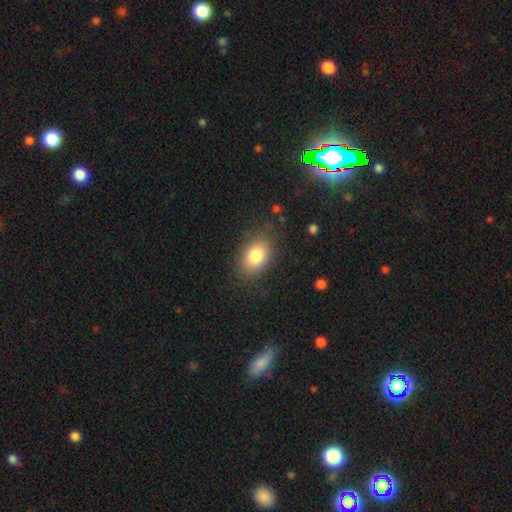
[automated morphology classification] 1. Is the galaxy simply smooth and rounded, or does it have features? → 81% smooth, 10% featured or disk, 9% star or artifact.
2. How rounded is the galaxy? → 78% in between, 21% round, 1% cigar-shaped.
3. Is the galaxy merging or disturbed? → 81% none, 13% minor disturbance, 4% major disturbance, 1% merger.